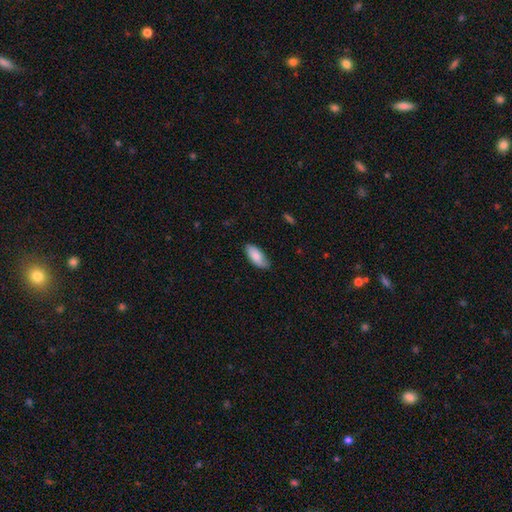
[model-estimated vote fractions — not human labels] smooth_or_featured: smooth (p=0.83) [alt: featured or disk p=0.11]
how_rounded: in between (p=0.85) [alt: cigar-shaped p=0.13]
merging: none (p=0.75) [alt: minor disturbance p=0.20]